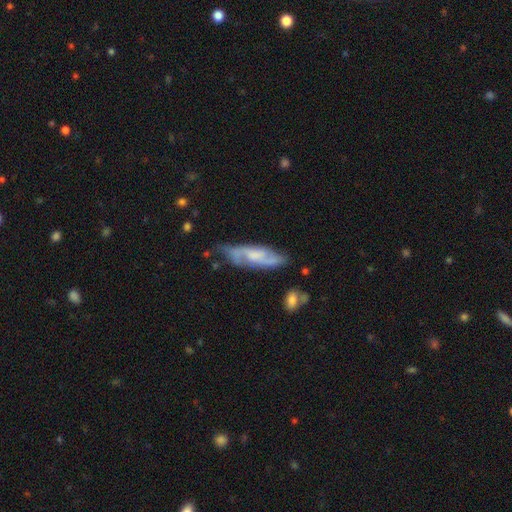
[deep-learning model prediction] Smooth or featured: featured or disk — 67% (smooth — 27%)
Edge-on disk: no — 78% (yes — 22%)
Bar: no — 56% (weak — 37%)
Spiral arms: yes — 88% (no — 12%)
Bulge size: small — 37% (moderate — 36%)
Merging: none — 64% (minor disturbance — 25%)